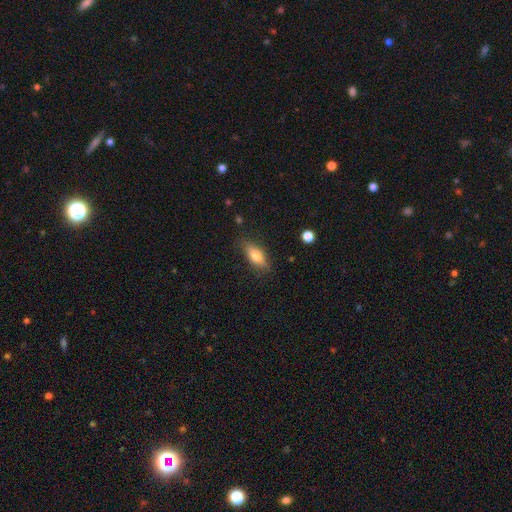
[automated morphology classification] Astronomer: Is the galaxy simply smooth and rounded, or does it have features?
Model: smooth — 73%.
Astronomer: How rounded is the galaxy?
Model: in between — 75%.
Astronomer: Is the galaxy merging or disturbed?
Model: none — 80%.